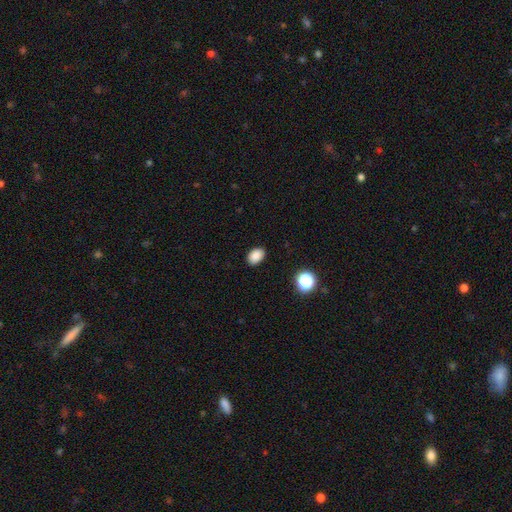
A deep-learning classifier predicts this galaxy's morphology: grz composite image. It shows a smooth galaxy with no disk features (86%) that is in between round and cigar-shaped (79%). Merging: none (88%).